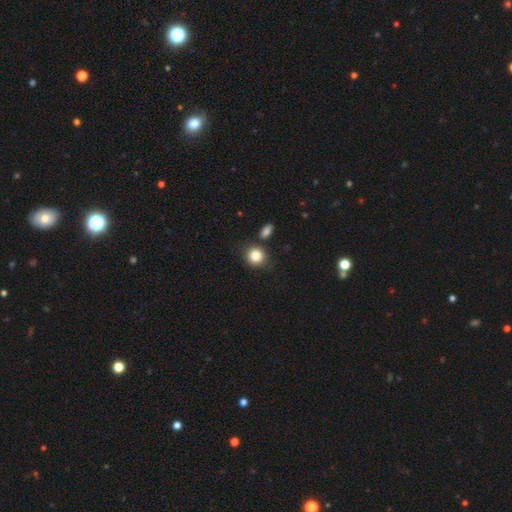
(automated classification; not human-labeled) A smooth galaxy with no disk features (85%) that is round (82%).

Vote fractions:
- Smooth or featured? smooth: 85% / star or artifact: 9% / featured or disk: 6%
- How rounded? round: 82% / in between: 17% / cigar-shaped: 1%
- Merging? none: 76% / minor disturbance: 12% / merger: 9% / major disturbance: 3%